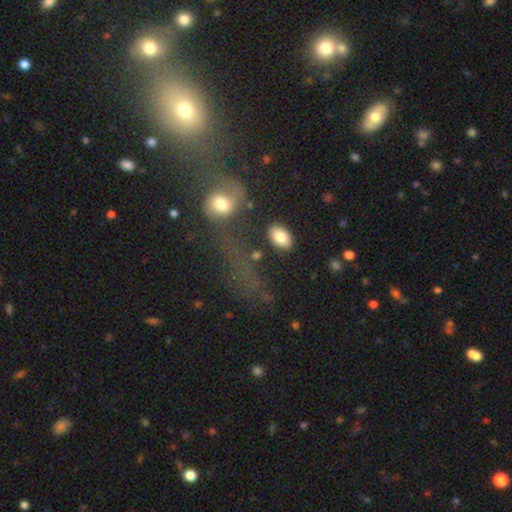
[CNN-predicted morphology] Smooth or featured? Predicted: smooth (p=0.76). How rounded? Predicted: in between (p=0.78). Merging? Predicted: none (p=0.58).